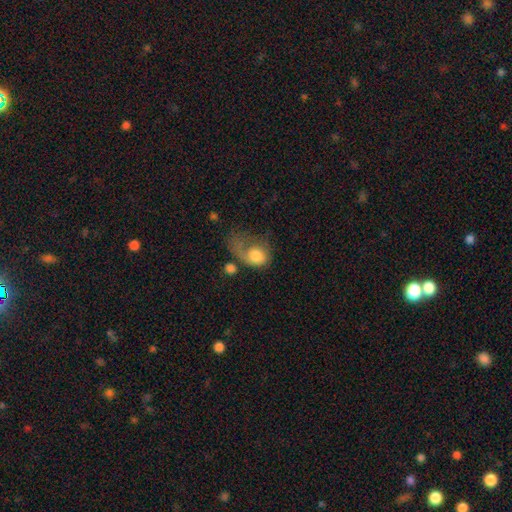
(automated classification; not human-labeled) Q: Smooth or featured?
A: smooth (65%); runner-up: featured or disk (28%)
Q: How rounded?
A: in between (52%); runner-up: round (46%)
Q: Merging?
A: major disturbance (59%); runner-up: none (15%)